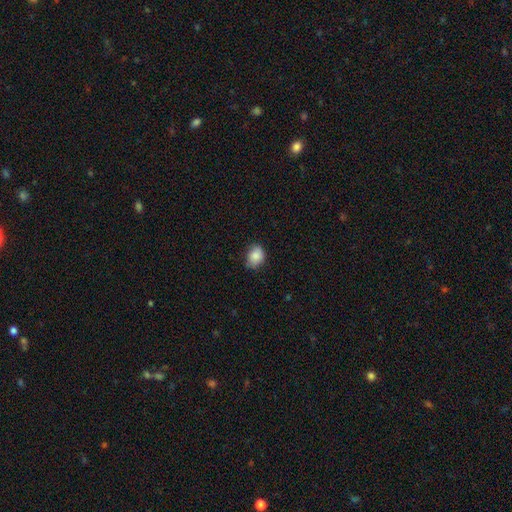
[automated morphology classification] Smooth or featured: smooth — 86% (star or artifact — 8%)
How rounded: round — 51% (in between — 48%)
Merging: none — 67% (minor disturbance — 28%)